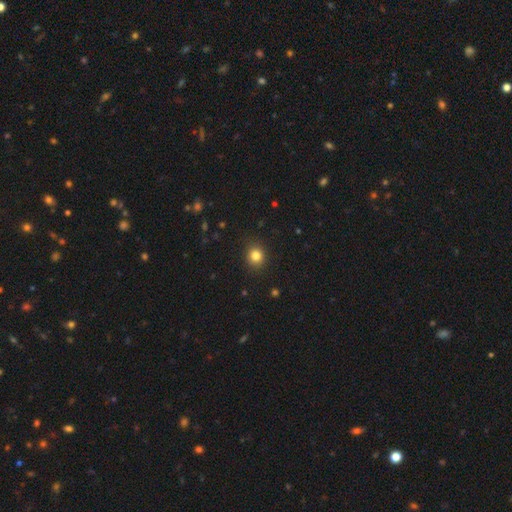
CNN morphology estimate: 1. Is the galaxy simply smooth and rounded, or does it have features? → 82% smooth, 12% star or artifact, 5% featured or disk.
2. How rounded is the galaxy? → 81% round, 18% in between, 1% cigar-shaped.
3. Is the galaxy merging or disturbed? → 89% none, 7% minor disturbance, 2% major disturbance, 1% merger.